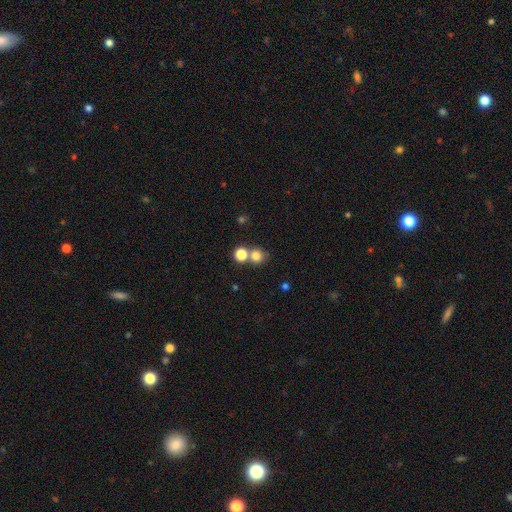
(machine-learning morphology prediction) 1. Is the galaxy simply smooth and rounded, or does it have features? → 78% smooth, 15% star or artifact, 7% featured or disk.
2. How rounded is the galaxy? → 86% round, 13% in between, 1% cigar-shaped.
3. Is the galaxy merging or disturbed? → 57% none, 33% merger, 7% minor disturbance, 3% major disturbance.